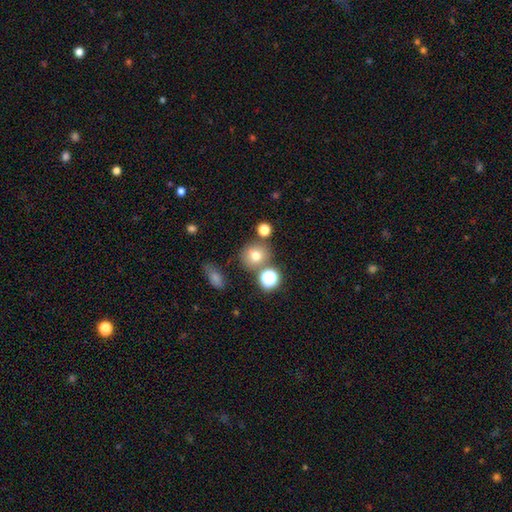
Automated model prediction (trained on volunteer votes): Smooth or featured? Predicted: smooth (p=0.71). How rounded? Predicted: round (p=0.83). Merging? Predicted: none (p=0.73).